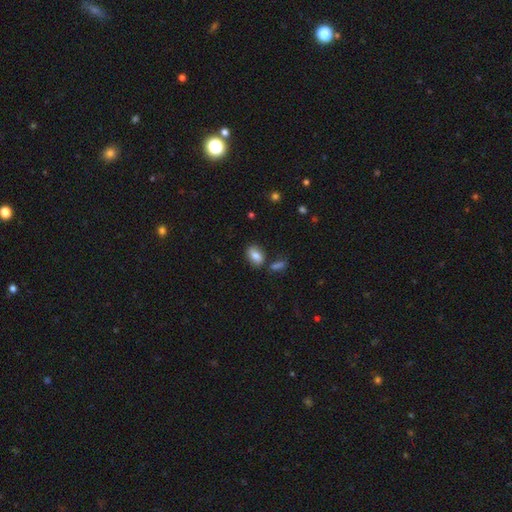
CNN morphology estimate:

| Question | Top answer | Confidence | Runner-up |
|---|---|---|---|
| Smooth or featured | smooth | 81% | featured or disk (11%) |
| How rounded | in between | 86% | round (11%) |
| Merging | none | 75% | minor disturbance (12%) |